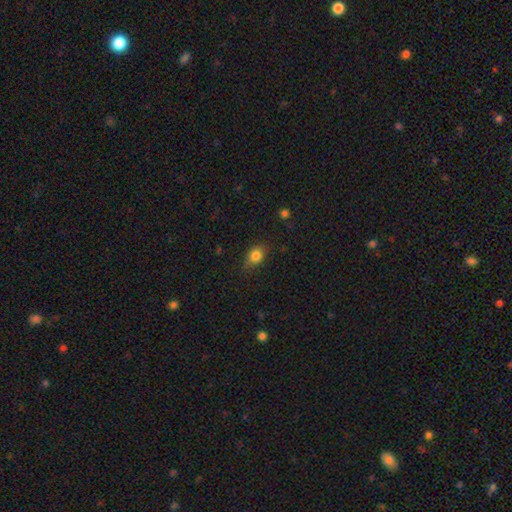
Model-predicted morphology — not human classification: Smooth or featured? Predicted: smooth (p=0.81). How rounded? Predicted: in between (p=0.51). Merging? Predicted: none (p=0.69).